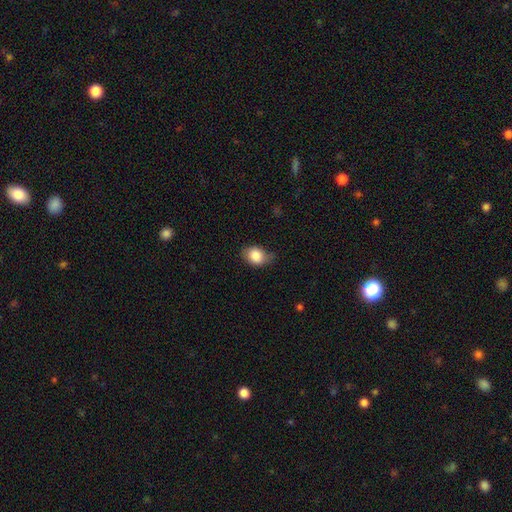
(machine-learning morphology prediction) smooth 85%, star or artifact 8%, featured or disk 7%. Down the decision tree: how rounded — in between (69%); merging — none (61%).